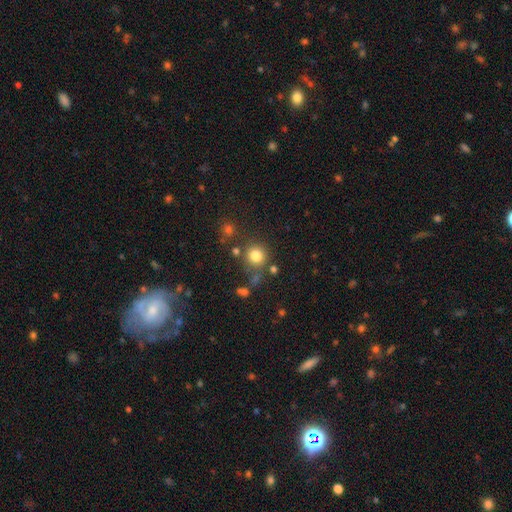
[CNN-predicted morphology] The model was most divided on "merging": none: 75%, minor disturbance: 11%, merger: 10%, major disturbance: 5%. More confident: how rounded — round (90%); smooth or featured — smooth (80%).